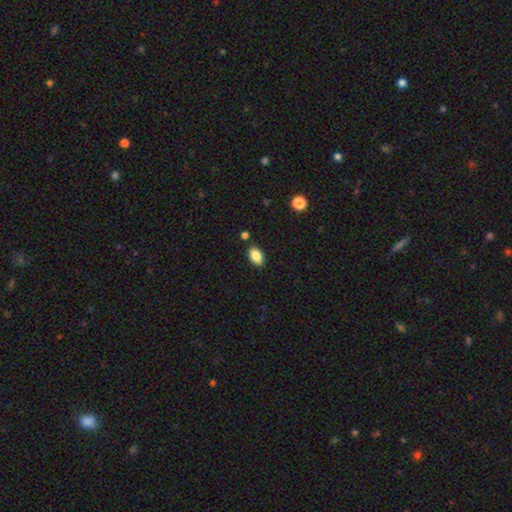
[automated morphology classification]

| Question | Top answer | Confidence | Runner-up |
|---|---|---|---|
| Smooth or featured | smooth | 86% | star or artifact (8%) |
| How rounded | in between | 91% | round (7%) |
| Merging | none | 85% | minor disturbance (9%) |